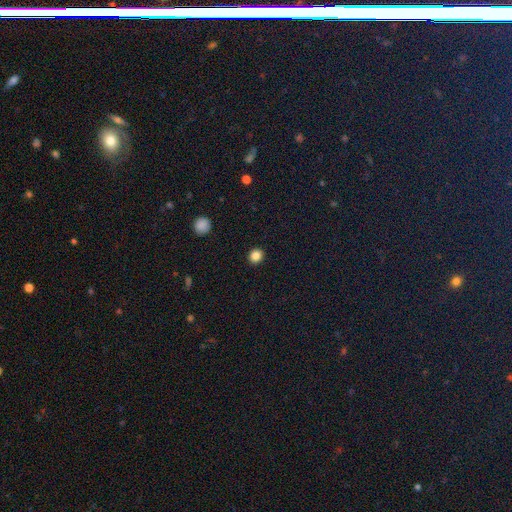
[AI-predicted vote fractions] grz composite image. It shows a smooth galaxy with no disk features (85%) that is round (82%). Merging: none (92%).